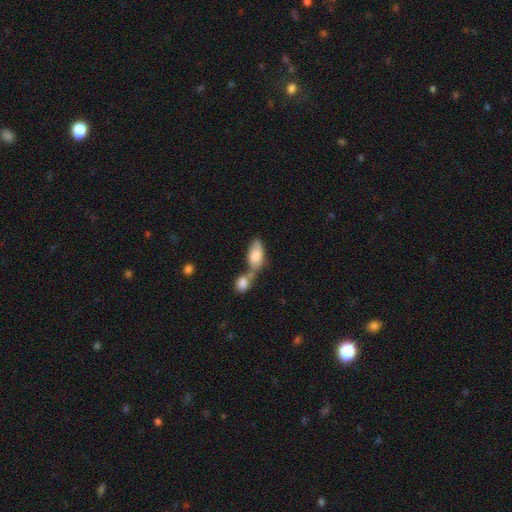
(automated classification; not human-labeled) smooth 80%, featured or disk 14%, star or artifact 6%. Down the decision tree: how rounded — in between (88%); merging — merger (66%).